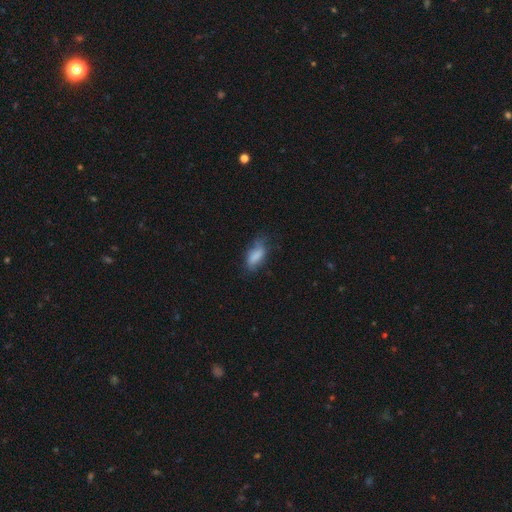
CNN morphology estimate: A smooth galaxy with no disk features (77%) that is in between round and cigar-shaped (81%). Merging: none (49%).